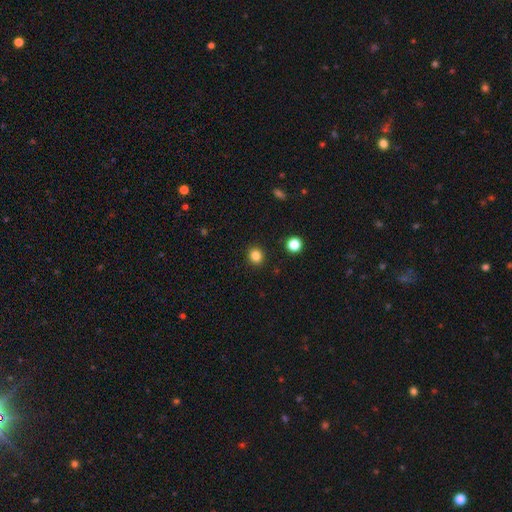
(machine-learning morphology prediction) This appears to be a smooth galaxy with no disk features (83%) that is round (84%). Merging: none (91%).